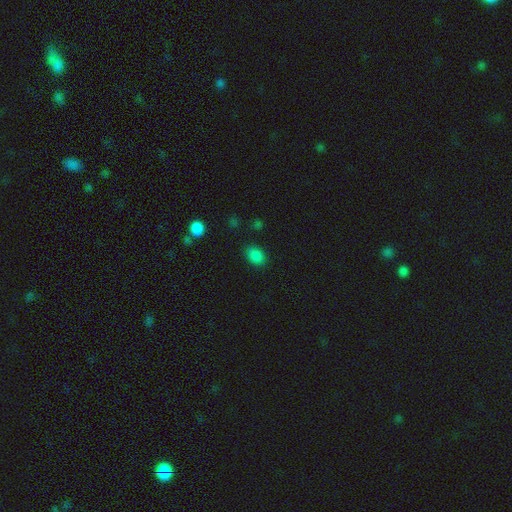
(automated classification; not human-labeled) A smooth galaxy with no disk features (85%) that is in between round and cigar-shaped (74%).

Vote fractions:
- Smooth or featured? smooth: 85% / star or artifact: 12% / featured or disk: 4%
- How rounded? in between: 74% / round: 25% / cigar-shaped: 1%
- Merging? none: 84% / minor disturbance: 11% / major disturbance: 3% / merger: 2%